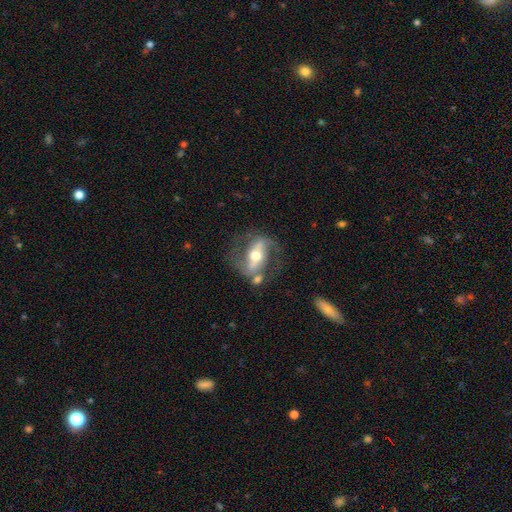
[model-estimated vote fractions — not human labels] Smooth or featured? featured or disk (81%)
Edge-on disk? no (90%)
Bar? strong (56%)
Spiral arms? yes (84%)
Spiral winding? medium (48%)
Spiral arm count? 2 (88%)
Bulge size? moderate (66%)
Merging? none (60%)